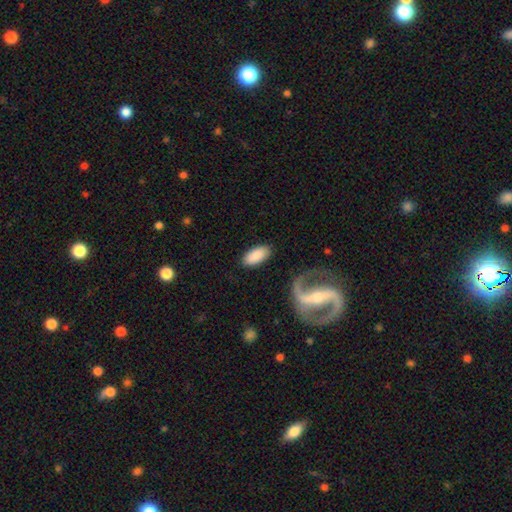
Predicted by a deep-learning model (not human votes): Overall: smooth (83%). How rounded: in between (93%). Merging: none (83%).